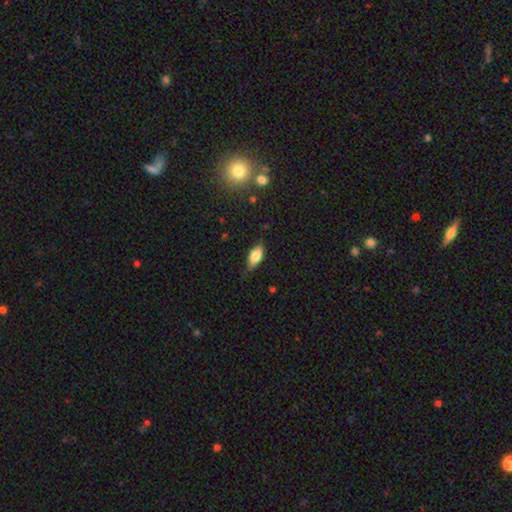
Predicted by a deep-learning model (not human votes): A smooth galaxy with no disk features (76%) that is in between round and cigar-shaped (85%).

Vote fractions:
- Smooth or featured? smooth: 76% / featured or disk: 17% / star or artifact: 8%
- How rounded? in between: 85% / cigar-shaped: 12% / round: 4%
- Merging? none: 73% / minor disturbance: 22% / major disturbance: 4% / merger: 1%